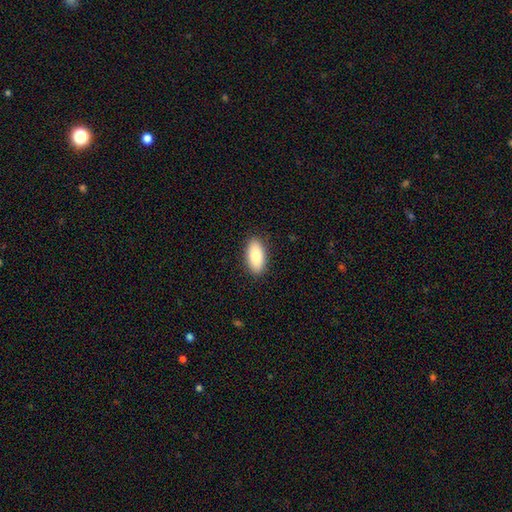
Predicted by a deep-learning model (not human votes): Smooth or featured?
  - smooth: 87% *
  - featured or disk: 7%
  - star or artifact: 6%
How rounded?
  - in between: 90% *
  - cigar-shaped: 8%
  - round: 2%
Merging?
  - none: 89% *
  - minor disturbance: 8%
  - major disturbance: 2%
  - merger: 1%